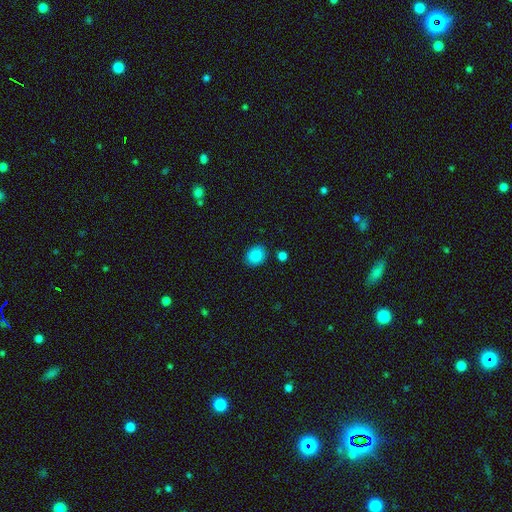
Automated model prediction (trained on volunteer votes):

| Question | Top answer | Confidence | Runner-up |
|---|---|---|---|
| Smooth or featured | smooth | 87% | star or artifact (8%) |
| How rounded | round | 55% | in between (45%) |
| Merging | none | 85% | minor disturbance (9%) |